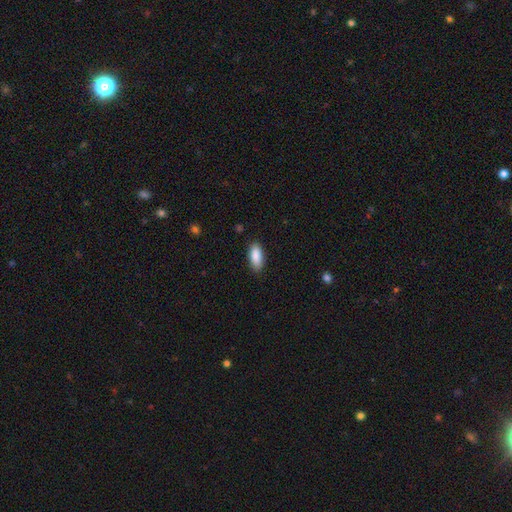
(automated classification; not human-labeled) Q: Smooth or featured?
A: smooth (88%); runner-up: star or artifact (6%)
Q: How rounded?
A: in between (85%); runner-up: cigar-shaped (13%)
Q: Merging?
A: none (87%); runner-up: minor disturbance (10%)